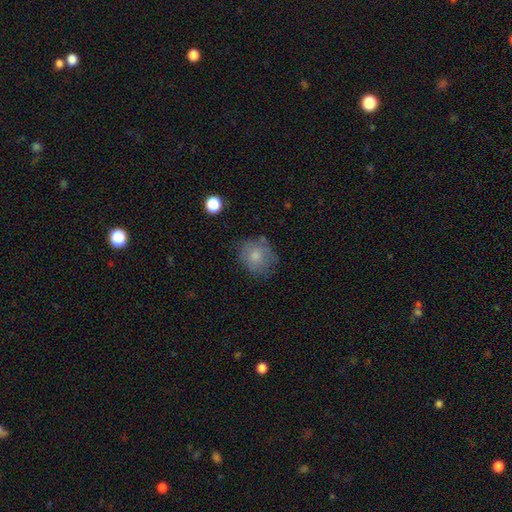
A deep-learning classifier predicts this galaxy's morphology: Smooth or featured: smooth — 74% (featured or disk — 17%)
How rounded: round — 74% (in between — 25%)
Merging: none — 62% (minor disturbance — 25%)